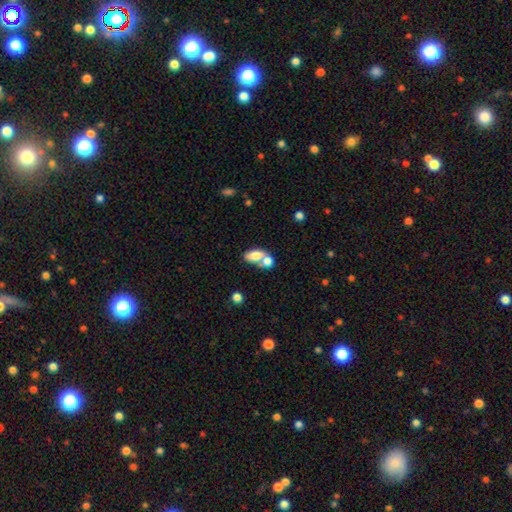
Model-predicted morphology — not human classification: Smooth or featured?
  - smooth: 74% *
  - featured or disk: 18%
  - star or artifact: 8%
How rounded?
  - in between: 87% *
  - round: 9%
  - cigar-shaped: 4%
Merging?
  - merger: 57% *
  - none: 28%
  - minor disturbance: 9%
  - major disturbance: 5%